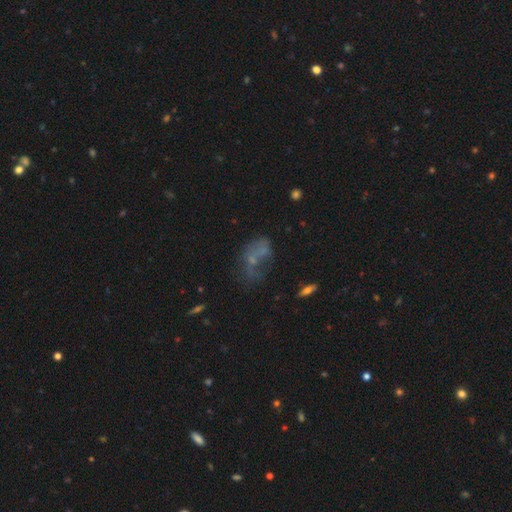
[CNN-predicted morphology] Q: Smooth or featured?
A: featured or disk (39%); runner-up: smooth (38%)
Q: Merging?
A: none (32%); runner-up: major disturbance (31%)